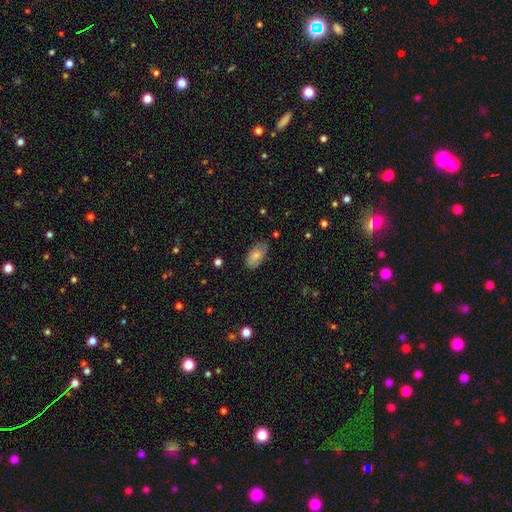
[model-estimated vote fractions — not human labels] smooth-or-featured: smooth: 80% | featured or disk: 13% | star or artifact: 7%
  how-rounded: in between: 93% | cigar-shaped: 4% | round: 3%
  merging: none: 78% | minor disturbance: 18% | major disturbance: 3% | merger: 2%